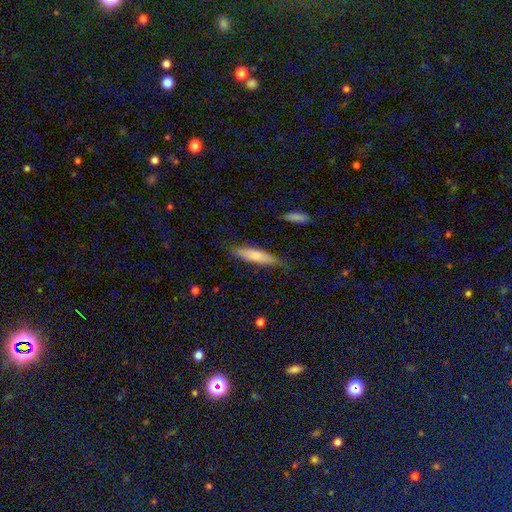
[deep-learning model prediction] Smooth or featured?
  - smooth: 71% *
  - featured or disk: 23%
  - star or artifact: 6%
How rounded?
  - cigar-shaped: 77% *
  - in between: 21%
  - round: 2%
Merging?
  - none: 80% *
  - minor disturbance: 15%
  - major disturbance: 3%
  - merger: 2%